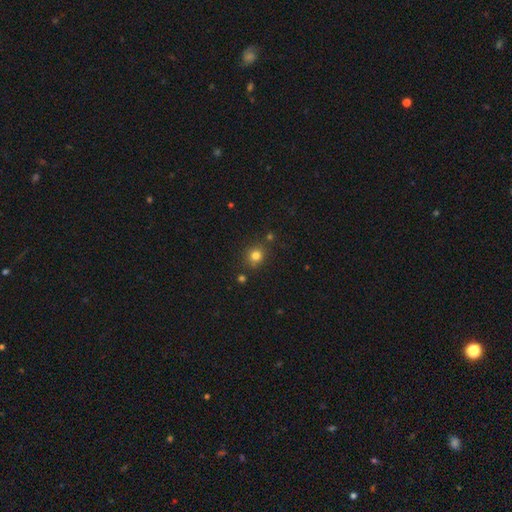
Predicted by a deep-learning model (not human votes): This appears to be a smooth galaxy with no disk features (79%) that is round (81%). Merging: none (81%).